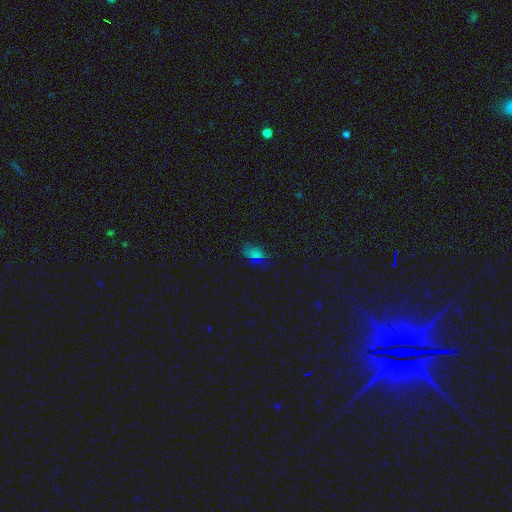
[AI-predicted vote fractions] Morphology: type=smooth (60%); roundness=in between (87%); merging=none (55%).